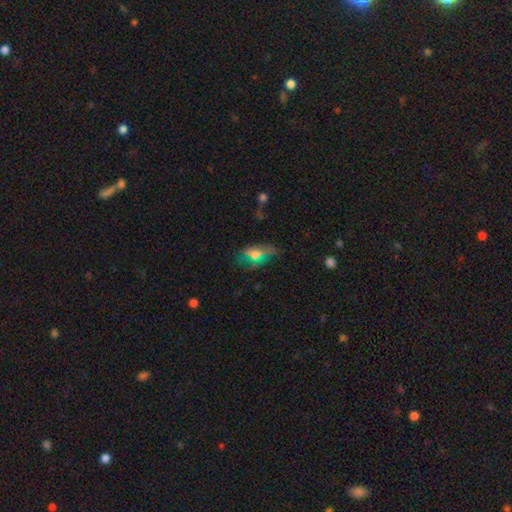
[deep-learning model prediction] Q: Smooth or featured?
A: smooth (49%); runner-up: featured or disk (30%)
Q: Merging?
A: none (53%); runner-up: minor disturbance (22%)